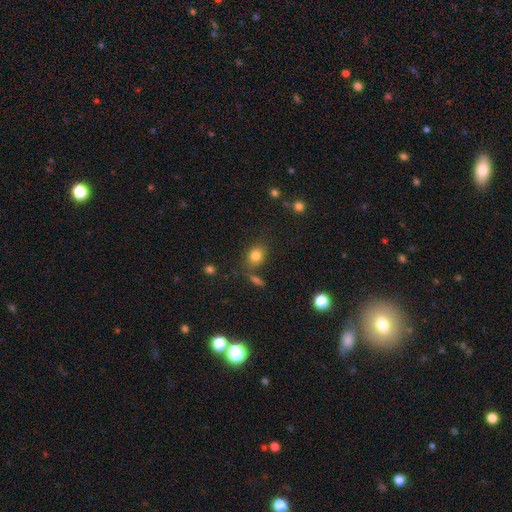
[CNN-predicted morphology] Smooth or featured? smooth (81%)
How rounded? round (56%)
Merging? none (71%)